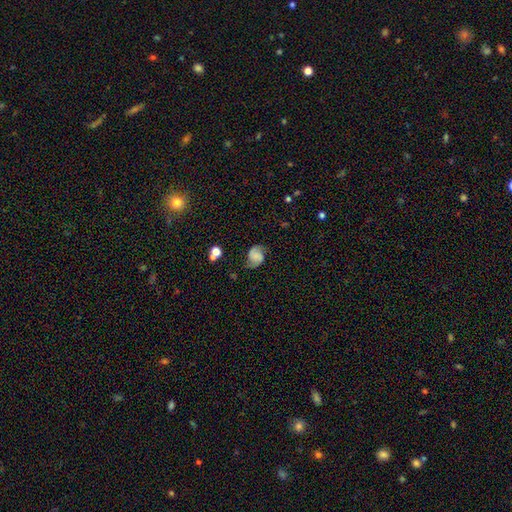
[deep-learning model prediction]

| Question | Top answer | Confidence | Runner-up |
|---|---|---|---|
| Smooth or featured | featured or disk | 69% | smooth (22%) |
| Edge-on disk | no | 98% | yes (2%) |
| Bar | no | 57% | weak (33%) |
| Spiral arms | yes | 95% | no (5%) |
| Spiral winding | medium | 46% | loose (34%) |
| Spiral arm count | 2 | 91% | can't tell (3%) |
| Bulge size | none | 53% | small (26%) |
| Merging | none | 71% | minor disturbance (19%) |